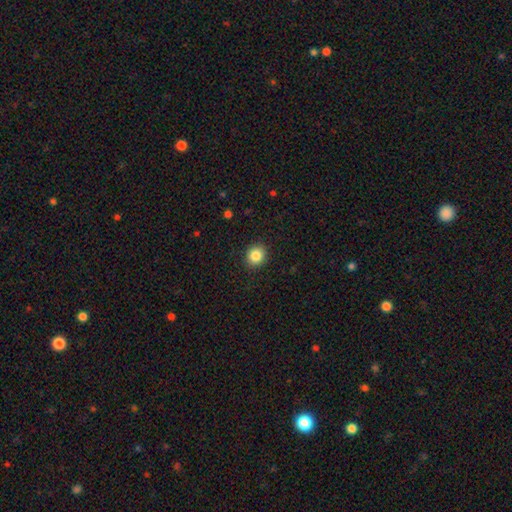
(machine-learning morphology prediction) smooth 85%, star or artifact 10%, featured or disk 5%. Down the decision tree: how rounded — round (77%); merging — none (91%).